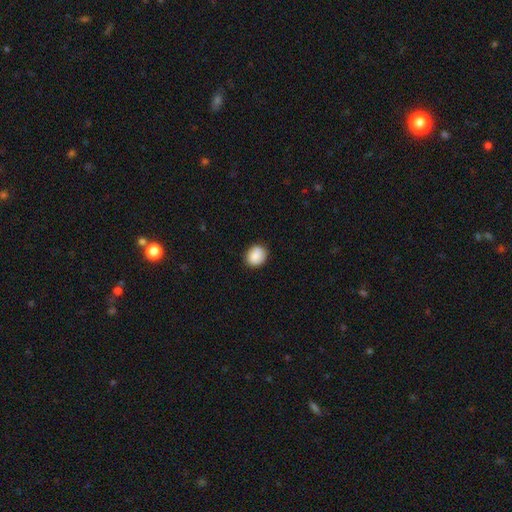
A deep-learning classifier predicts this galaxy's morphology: A smooth galaxy with no disk features (84%) that is round (66%). Merging: none (84%).